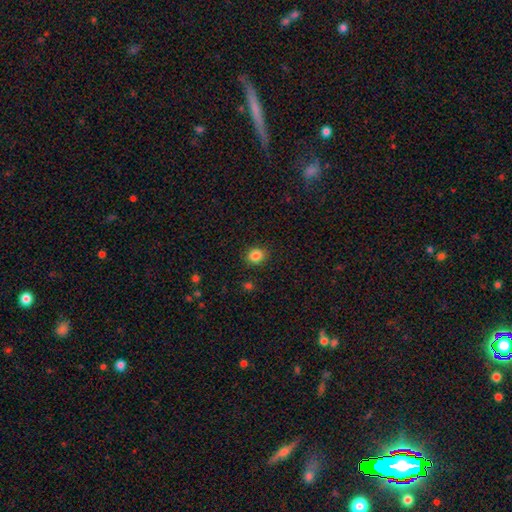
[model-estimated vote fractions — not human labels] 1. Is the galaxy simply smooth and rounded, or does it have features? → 84% smooth, 11% star or artifact, 5% featured or disk.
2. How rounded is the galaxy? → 68% round, 31% in between, 1% cigar-shaped.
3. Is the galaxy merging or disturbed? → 89% none, 7% minor disturbance, 2% major disturbance, 1% merger.